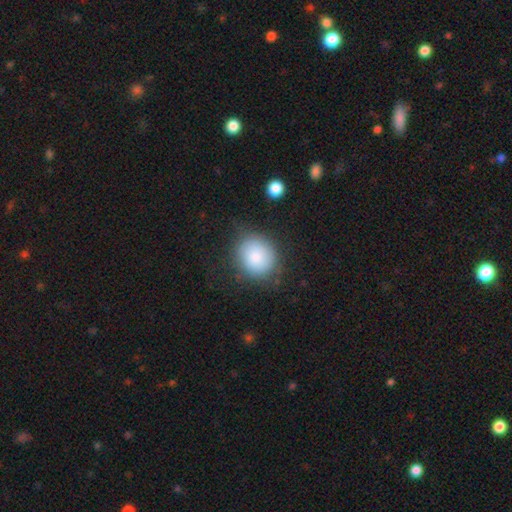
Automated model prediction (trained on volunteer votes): A smooth galaxy with no disk features (82%) that is round (77%). Merging: none (75%).